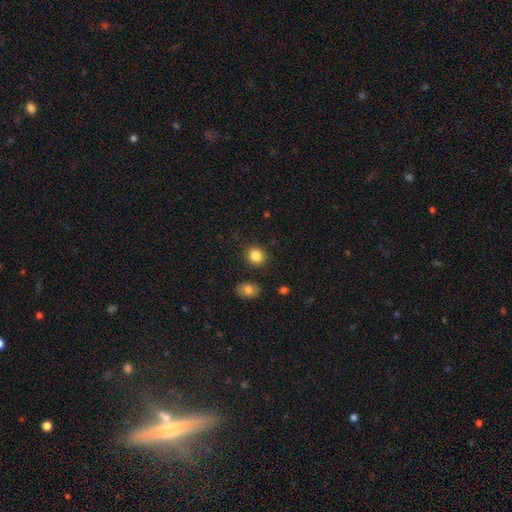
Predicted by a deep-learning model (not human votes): Smooth or featured: smooth — 85% (star or artifact — 10%)
How rounded: round — 70% (in between — 29%)
Merging: none — 84% (minor disturbance — 9%)